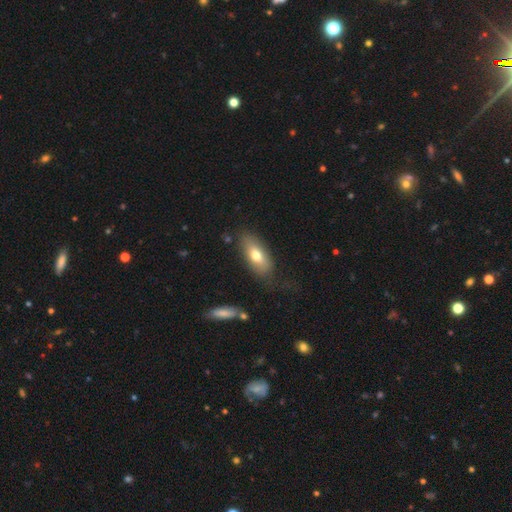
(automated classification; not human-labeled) Smooth or featured? smooth (70%)
How rounded? in between (84%)
Merging? none (70%)